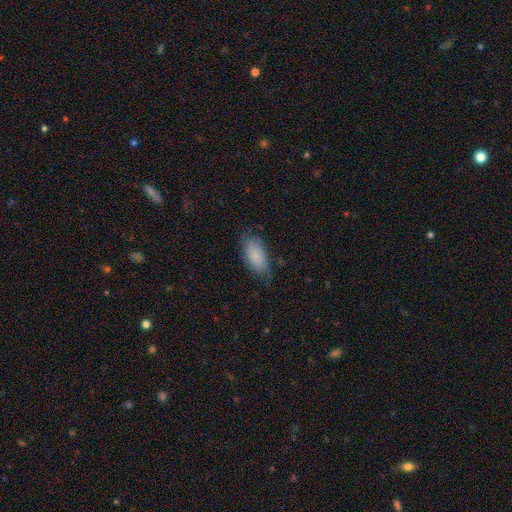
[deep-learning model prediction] Smooth or featured: smooth — 84% (featured or disk — 10%)
How rounded: in between — 91% (cigar-shaped — 6%)
Merging: none — 68% (minor disturbance — 24%)